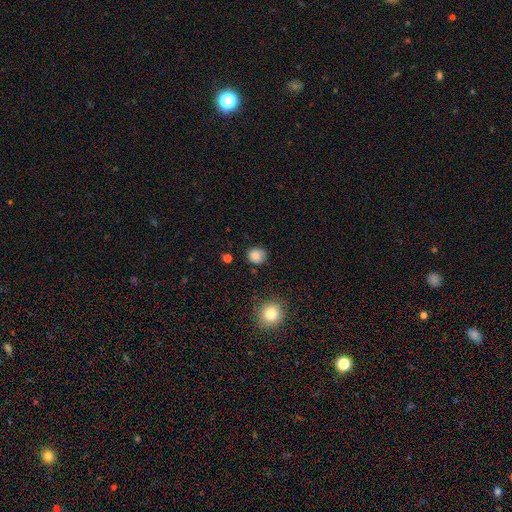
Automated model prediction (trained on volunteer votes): This is clearly a smooth galaxy (85%). How rounded: clearly round (83%). Merging: likely none (79%).